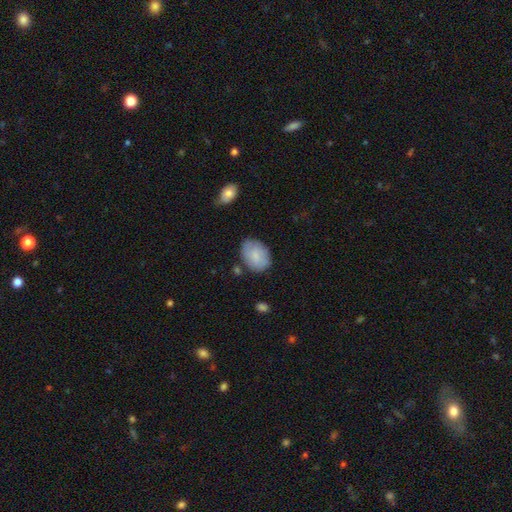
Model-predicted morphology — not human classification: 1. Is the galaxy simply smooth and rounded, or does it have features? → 77% smooth, 16% featured or disk, 7% star or artifact.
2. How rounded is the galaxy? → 76% in between, 23% round, 1% cigar-shaped.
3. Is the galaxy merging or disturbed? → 70% none, 22% minor disturbance, 5% major disturbance, 3% merger.